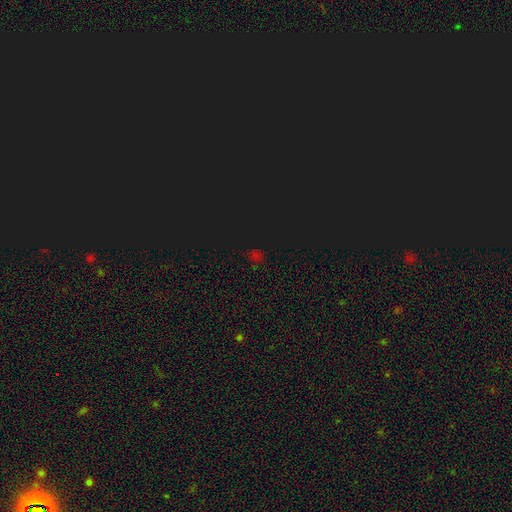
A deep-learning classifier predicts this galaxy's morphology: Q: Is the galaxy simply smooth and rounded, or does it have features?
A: star or artifact — 64%.